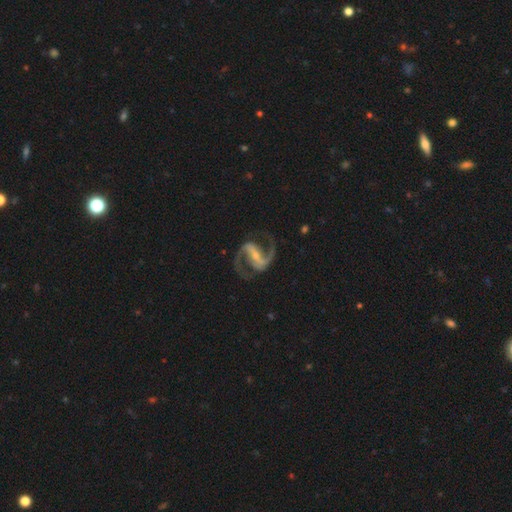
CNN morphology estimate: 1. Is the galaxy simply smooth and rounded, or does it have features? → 93% featured or disk, 4% star or artifact, 3% smooth.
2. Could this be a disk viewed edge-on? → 98% no, 2% yes.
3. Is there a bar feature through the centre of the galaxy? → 63% strong, 27% weak, 10% no.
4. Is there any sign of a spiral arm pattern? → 98% yes, 2% no.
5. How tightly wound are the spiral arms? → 60% medium, 29% loose, 12% tight.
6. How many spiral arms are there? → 94% 2, 1% 3, 1% can't tell, 1% 1, 1% 4, 1% more than 4.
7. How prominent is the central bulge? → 64% small, 27% moderate, 5% none, 2% large, 1% dominant.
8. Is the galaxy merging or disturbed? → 80% none, 12% minor disturbance, 7% major disturbance, 2% merger.